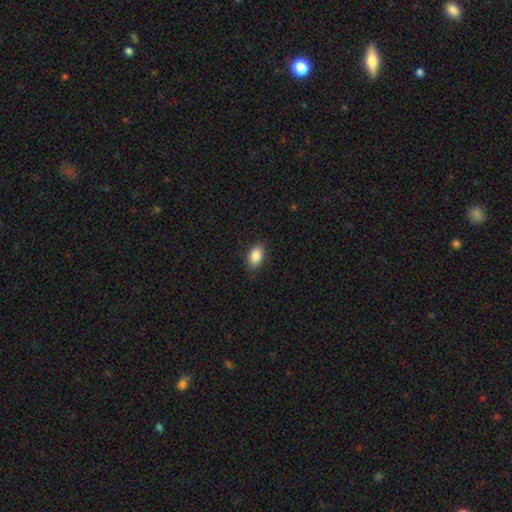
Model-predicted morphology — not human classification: Smooth or featured?
  - smooth: 87% *
  - star or artifact: 8%
  - featured or disk: 5%
How rounded?
  - in between: 90% *
  - round: 8%
  - cigar-shaped: 2%
Merging?
  - none: 86% *
  - minor disturbance: 11%
  - major disturbance: 2%
  - merger: 1%